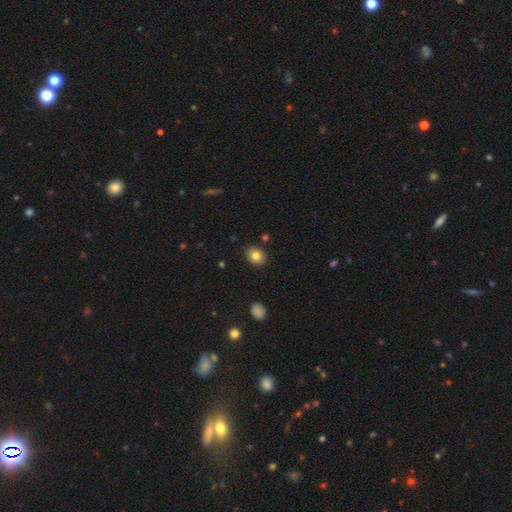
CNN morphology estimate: A smooth galaxy with no disk features (82%) that is in between round and cigar-shaped (50%).

Vote fractions:
- Smooth or featured? smooth: 82% / star or artifact: 9% / featured or disk: 8%
- How rounded? in between: 50% / round: 49% / cigar-shaped: 1%
- Merging? none: 88% / minor disturbance: 8% / major disturbance: 2% / merger: 2%